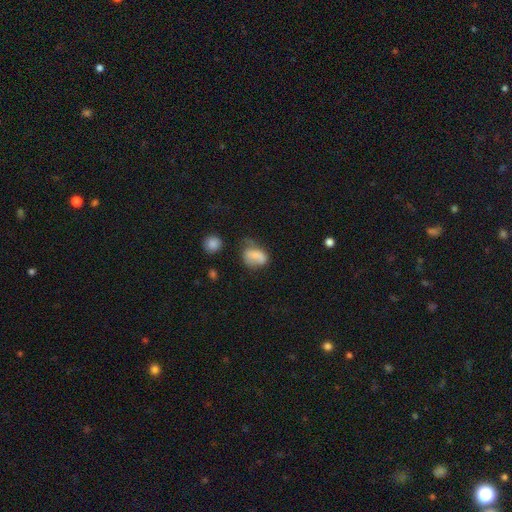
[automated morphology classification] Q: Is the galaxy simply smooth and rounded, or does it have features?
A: smooth — 72%.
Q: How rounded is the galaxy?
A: in between — 75%.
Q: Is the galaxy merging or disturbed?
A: none — 33%, tied with minor disturbance.